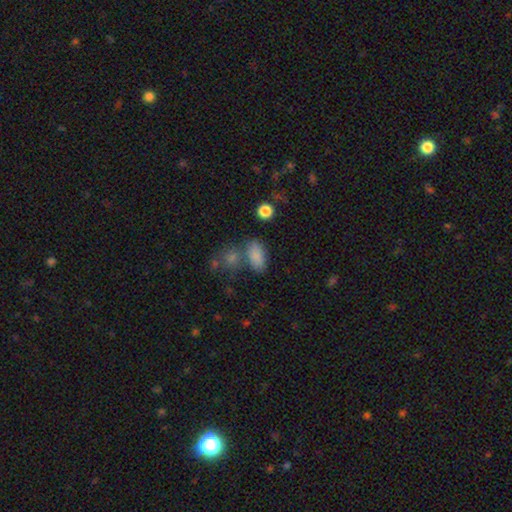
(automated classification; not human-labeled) This is clearly a smooth galaxy (83%). How rounded: clearly in between (87%). Merging: possibly none (59%).